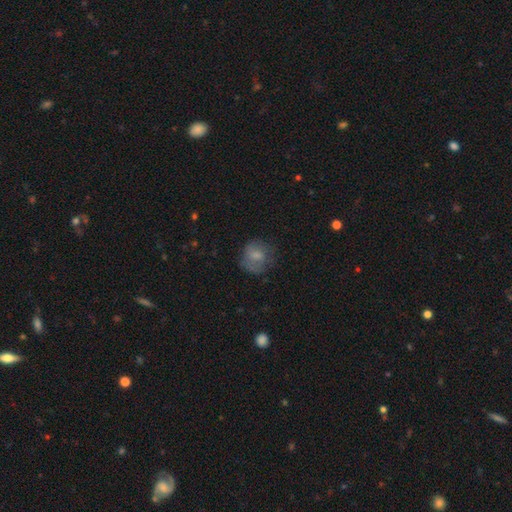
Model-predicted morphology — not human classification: type=smooth (70%); roundness=round (77%); merging=none (59%).